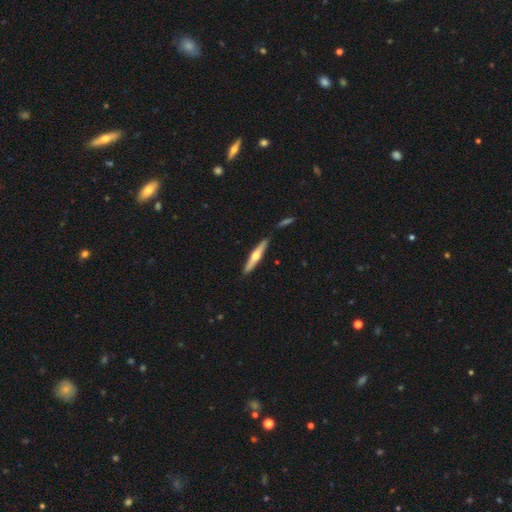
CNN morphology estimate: A featured or disk galaxy (57%) viewed edge-on (95%) with a rounded central bulge (92%). Merging: none (87%).